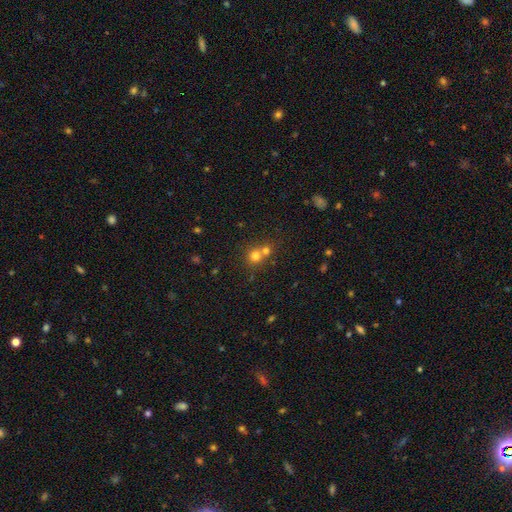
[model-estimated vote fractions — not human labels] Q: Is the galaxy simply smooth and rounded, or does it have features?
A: smooth — 73%.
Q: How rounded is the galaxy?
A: round — 86%.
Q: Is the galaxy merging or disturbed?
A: merger — 51%.